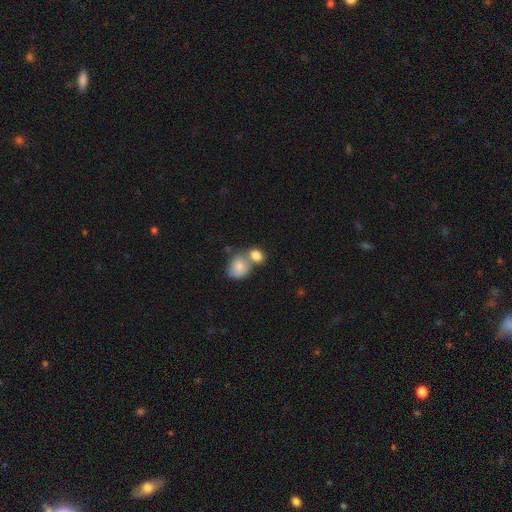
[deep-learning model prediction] smooth 82%, featured or disk 10%, star or artifact 8%. Down the decision tree: how rounded — in between (57%); merging — merger (60%).